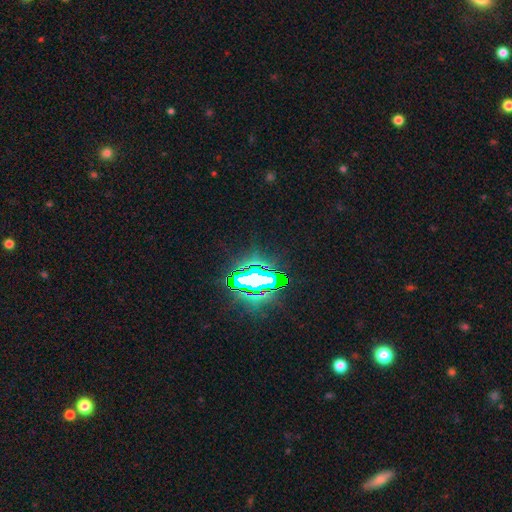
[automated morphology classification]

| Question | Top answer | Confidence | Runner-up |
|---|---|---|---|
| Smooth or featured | star or artifact | 82% | smooth (11%) |